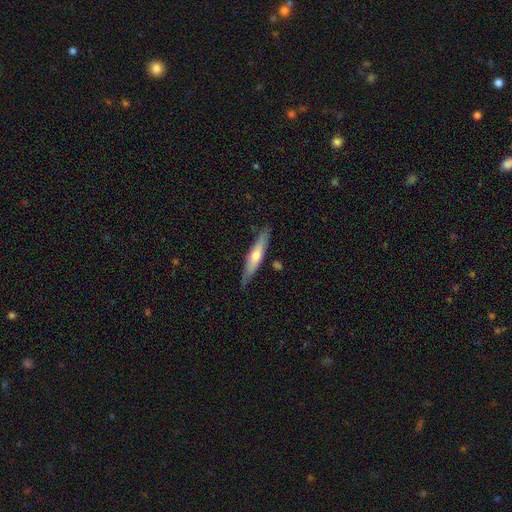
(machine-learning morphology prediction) featured or disk 51%, smooth 44%, star or artifact 6%. Down the decision tree: edge-on disk — yes (88%); merging — none (82%).